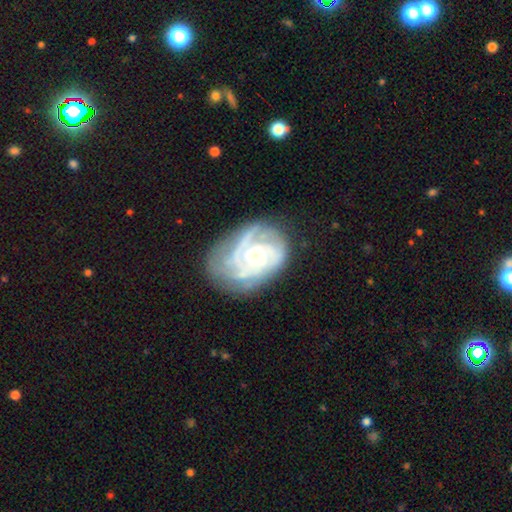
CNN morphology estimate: Smooth or featured? featured or disk (86%)
Edge-on disk? no (97%)
Bar? no (70%)
Spiral arms? yes (95%)
Spiral winding? tight (63%)
Spiral arm count? 3 (31%)
Bulge size? moderate (51%)
Merging? none (63%)